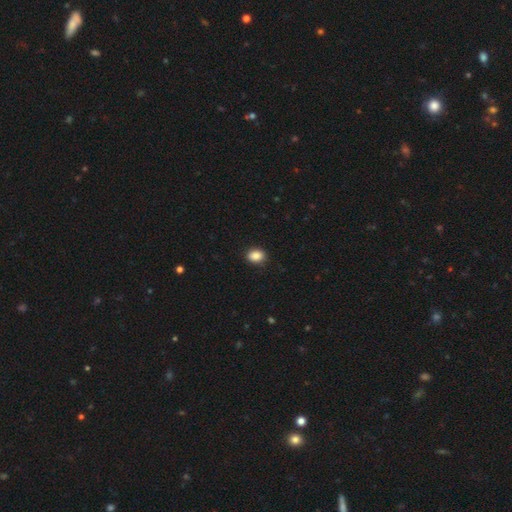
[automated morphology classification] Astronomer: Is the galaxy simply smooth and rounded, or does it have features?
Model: smooth — 88%.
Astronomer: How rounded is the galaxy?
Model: in between — 59% (runner-up: round, 40%).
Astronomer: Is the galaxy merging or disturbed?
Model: none — 90%.